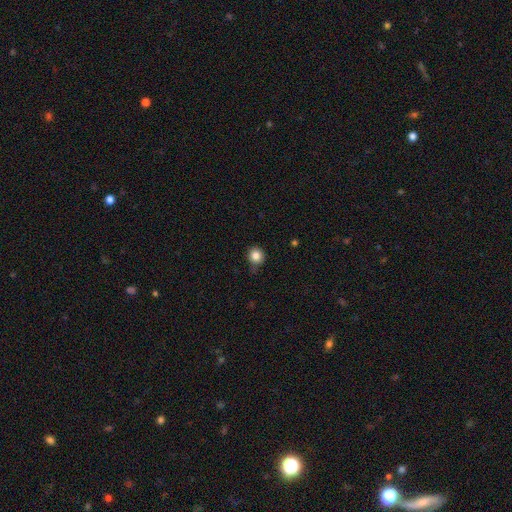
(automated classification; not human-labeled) Smooth or featured? smooth (84%)
How rounded? round (90%)
Merging? none (73%)